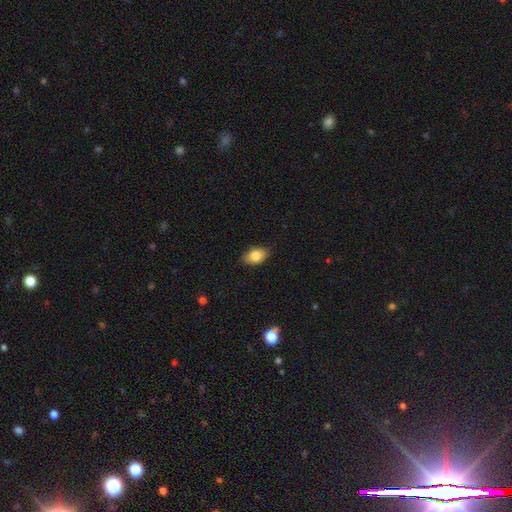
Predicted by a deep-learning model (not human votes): Smooth or featured: smooth — 83% (featured or disk — 10%)
How rounded: in between — 87% (round — 11%)
Merging: none — 84% (minor disturbance — 13%)